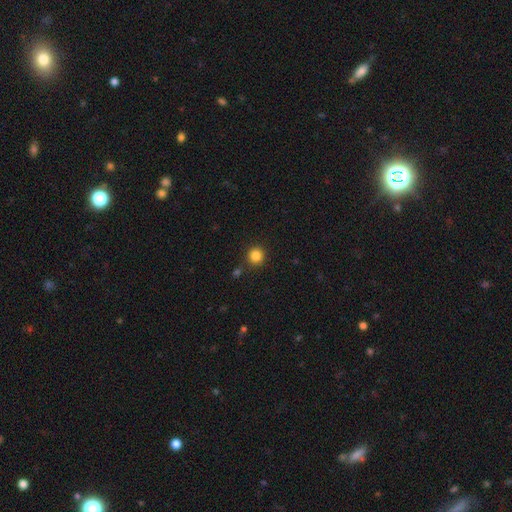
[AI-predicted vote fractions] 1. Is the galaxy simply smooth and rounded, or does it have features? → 85% smooth, 11% star or artifact, 4% featured or disk.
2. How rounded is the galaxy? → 94% round, 5% in between, 1% cigar-shaped.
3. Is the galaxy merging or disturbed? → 87% none, 7% minor disturbance, 4% merger, 2% major disturbance.